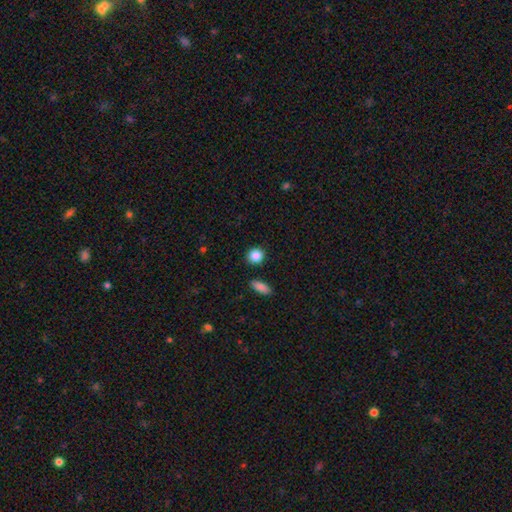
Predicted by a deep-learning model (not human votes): smooth 86%, star or artifact 9%, featured or disk 5%. Down the decision tree: how rounded — round (86%); merging — none (89%).